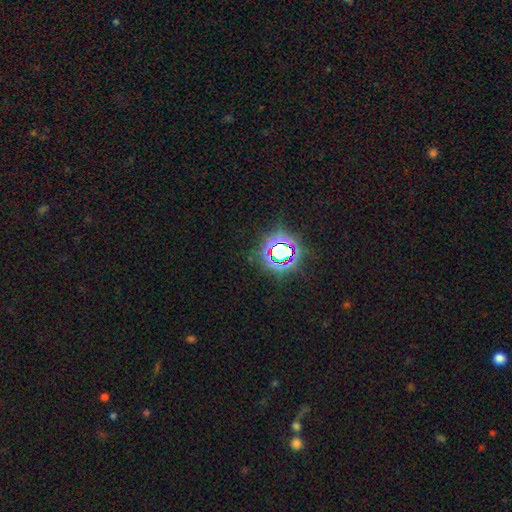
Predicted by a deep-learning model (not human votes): Smooth or featured? star or artifact (76%)